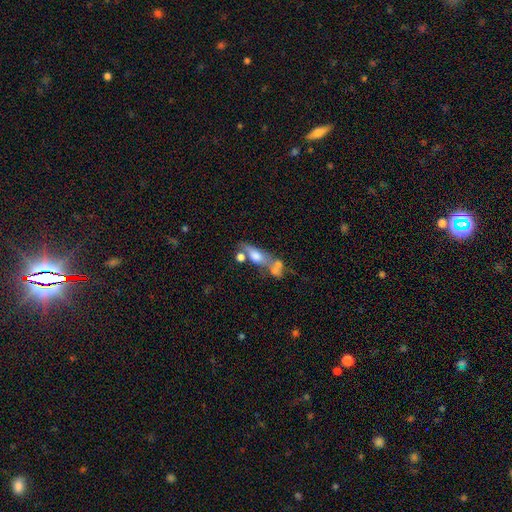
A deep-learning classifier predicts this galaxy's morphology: Smooth or featured? smooth (55%)
How rounded? in between (62%)
Merging? merger (48%)